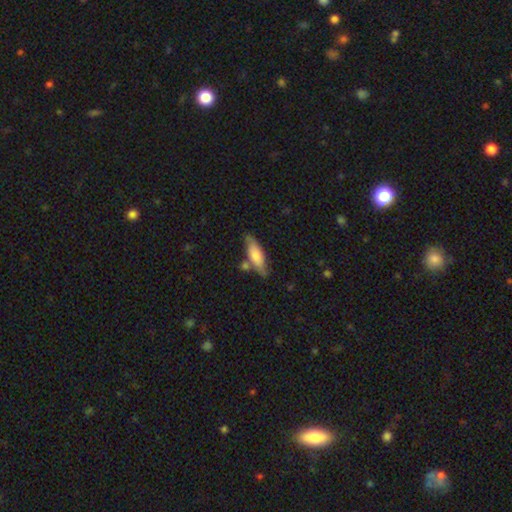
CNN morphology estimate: A smooth galaxy with no disk features (65%) that is in between round and cigar-shaped (56%).

Vote fractions:
- Smooth or featured? smooth: 65% / featured or disk: 29% / star or artifact: 6%
- How rounded? in between: 56% / cigar-shaped: 41% / round: 2%
- Merging? none: 61% / minor disturbance: 22% / merger: 11% / major disturbance: 6%